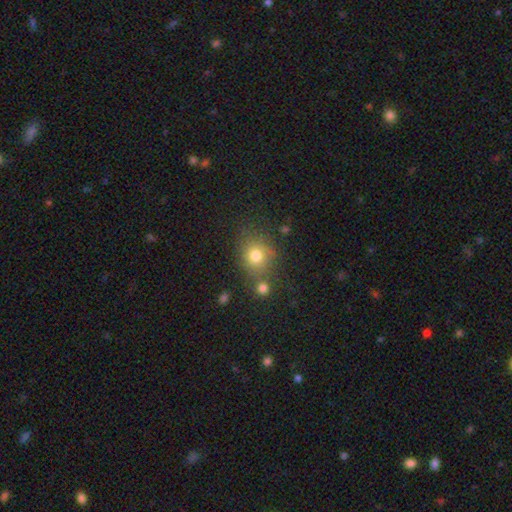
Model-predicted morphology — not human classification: Overall: smooth (76%). How rounded: round (78%). Merging: none (65%).